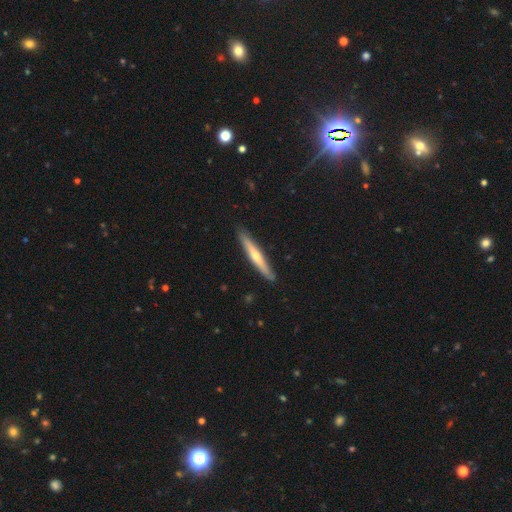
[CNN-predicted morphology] smooth_or_featured: featured or disk (p=0.54) [alt: smooth p=0.40]
disk_edge_on: yes (p=0.95) [alt: no p=0.05]
edge_on_bulge: rounded (p=0.75) [alt: none p=0.21]
merging: none (p=0.90) [alt: minor disturbance p=0.08]